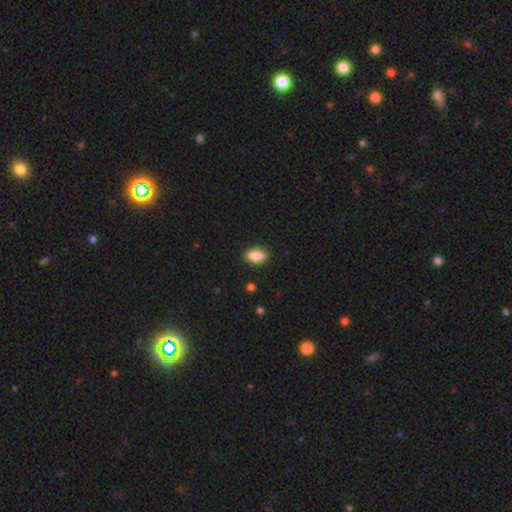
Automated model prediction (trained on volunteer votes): smooth 87%, star or artifact 8%, featured or disk 5%. Down the decision tree: how rounded — in between (89%); merging — none (89%).